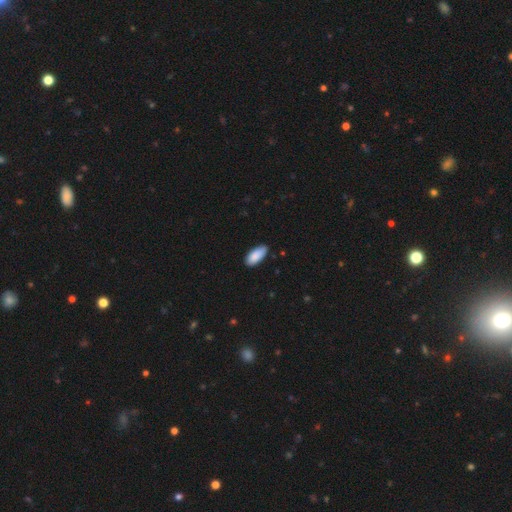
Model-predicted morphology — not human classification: This appears to be a smooth galaxy with no disk features (89%) that is in between round and cigar-shaped (89%). Merging: none (80%).